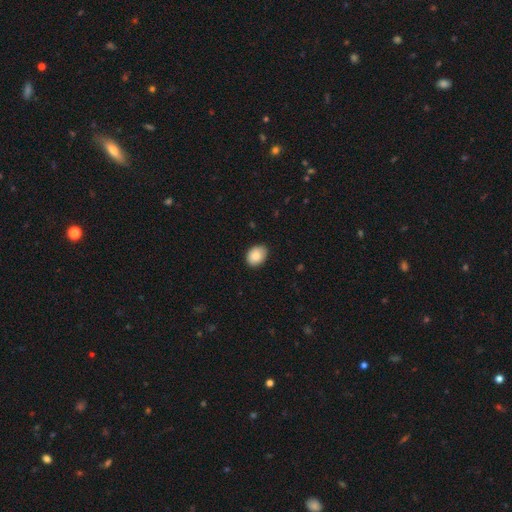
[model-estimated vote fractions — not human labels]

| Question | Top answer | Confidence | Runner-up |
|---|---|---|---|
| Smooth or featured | smooth | 88% | star or artifact (7%) |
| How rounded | in between | 65% | round (34%) |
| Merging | none | 82% | minor disturbance (15%) |